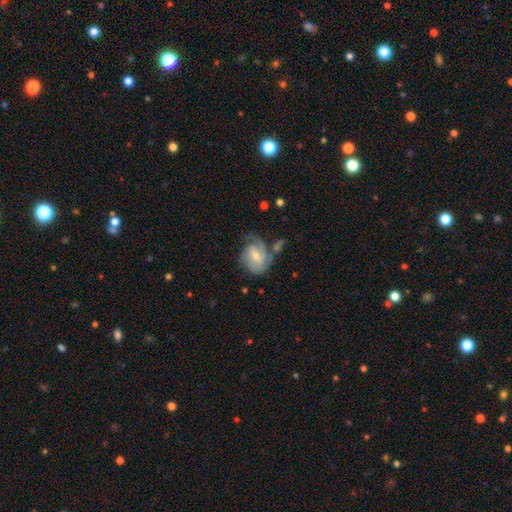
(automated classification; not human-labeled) Smooth or featured? Predicted: featured or disk (p=0.74). Edge-on disk? Predicted: no (p=0.97). Bar? Predicted: weak (p=0.50). Spiral arms? Predicted: yes (p=0.90). Spiral winding? Predicted: tight (p=0.53). Spiral arm count? Predicted: 2 (p=0.39). Bulge size? Predicted: moderate (p=0.51). Merging? Predicted: none (p=0.48).